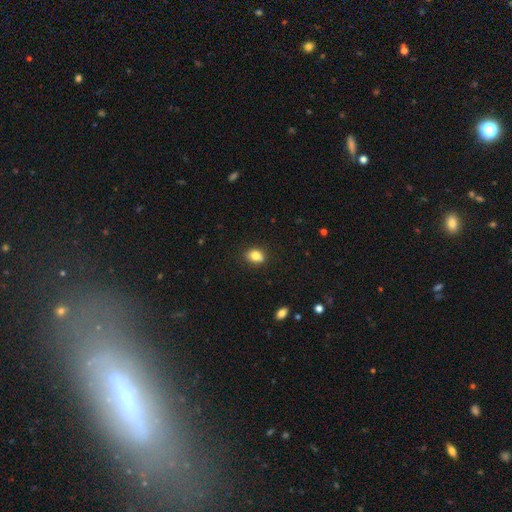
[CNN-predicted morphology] A smooth galaxy with no disk features (80%) that is in between round and cigar-shaped (66%).

Vote fractions:
- Smooth or featured? smooth: 80% / featured or disk: 10% / star or artifact: 10%
- How rounded? in between: 66% / round: 33% / cigar-shaped: 2%
- Merging? none: 77% / minor disturbance: 14% / merger: 6% / major disturbance: 3%